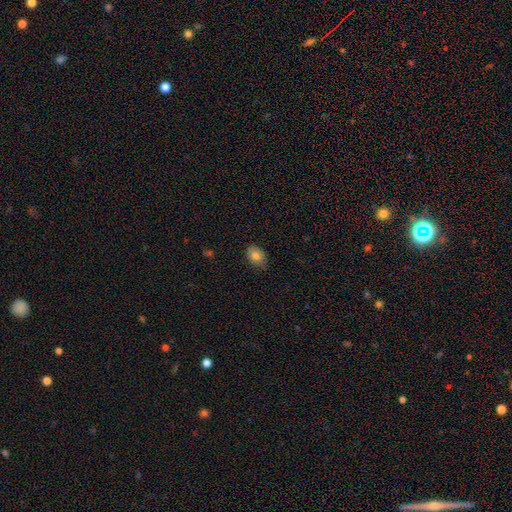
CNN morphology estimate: This appears to be a smooth galaxy with no disk features (78%) that is in between round and cigar-shaped (82%). Merging: none (79%).